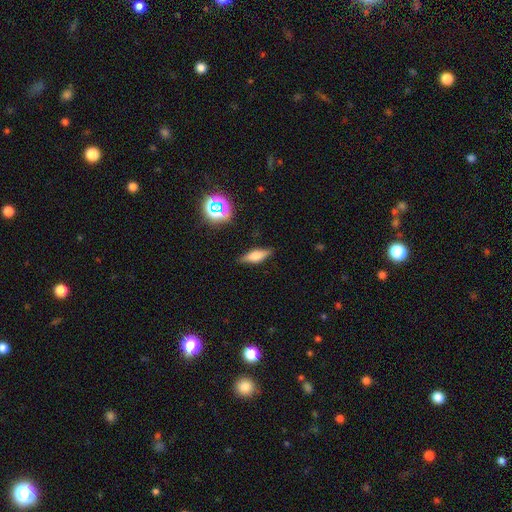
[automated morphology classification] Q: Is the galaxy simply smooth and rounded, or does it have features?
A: smooth — 49%.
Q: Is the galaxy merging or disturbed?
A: none — 84%.